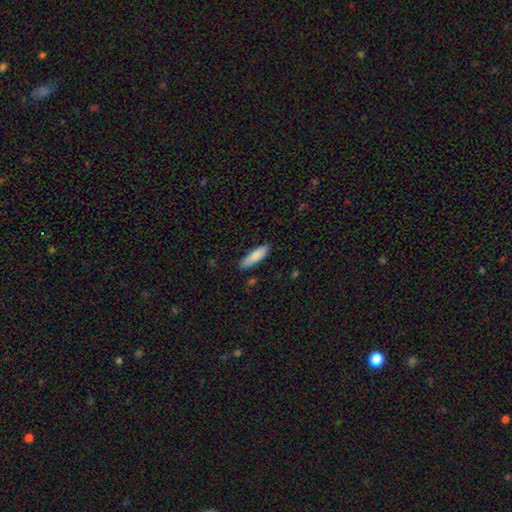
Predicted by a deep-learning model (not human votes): This appears to be a smooth galaxy with no disk features (85%) that is cigar-shaped (63%). Merging: none (86%).